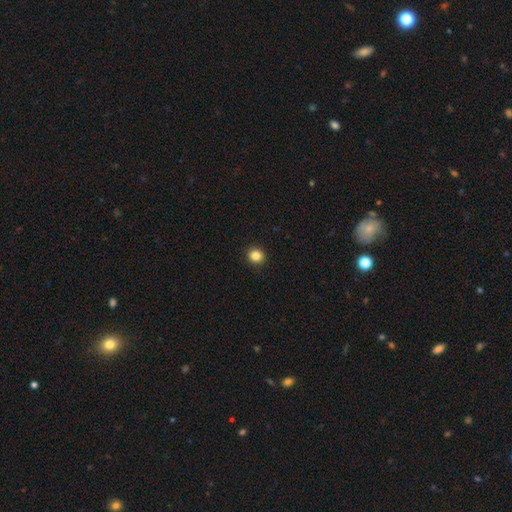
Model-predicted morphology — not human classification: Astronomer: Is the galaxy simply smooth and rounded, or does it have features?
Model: smooth — 85%.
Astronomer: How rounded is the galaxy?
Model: round — 89%.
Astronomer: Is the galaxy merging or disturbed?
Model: none — 93%.